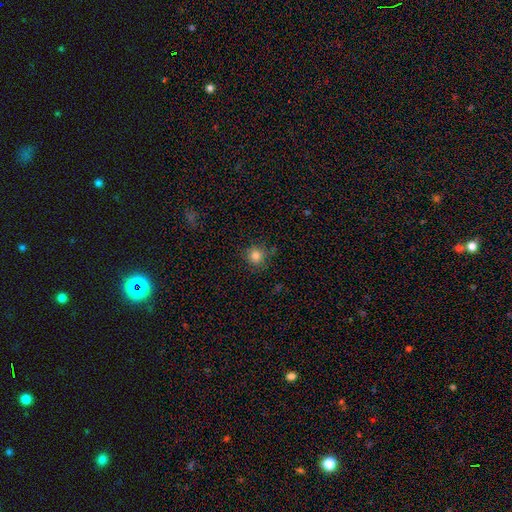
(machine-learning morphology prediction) smooth 82%, star or artifact 13%, featured or disk 5%. Down the decision tree: how rounded — round (90%); merging — none (79%).